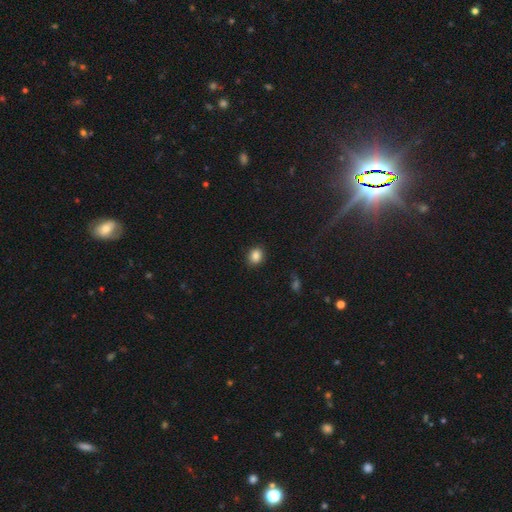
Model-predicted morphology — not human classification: smooth-or-featured: smooth: 85% | star or artifact: 10% | featured or disk: 5%
  how-rounded: round: 58% | in between: 41% | cigar-shaped: 1%
  merging: none: 88% | minor disturbance: 9% | major disturbance: 2% | merger: 1%